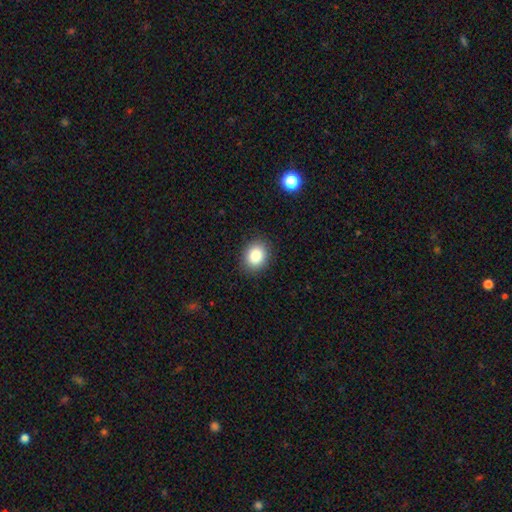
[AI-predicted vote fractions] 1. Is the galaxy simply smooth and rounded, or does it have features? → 86% smooth, 9% star or artifact, 5% featured or disk.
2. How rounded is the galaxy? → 52% round, 47% in between, 1% cigar-shaped.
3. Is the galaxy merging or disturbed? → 88% none, 8% minor disturbance, 2% major disturbance, 1% merger.